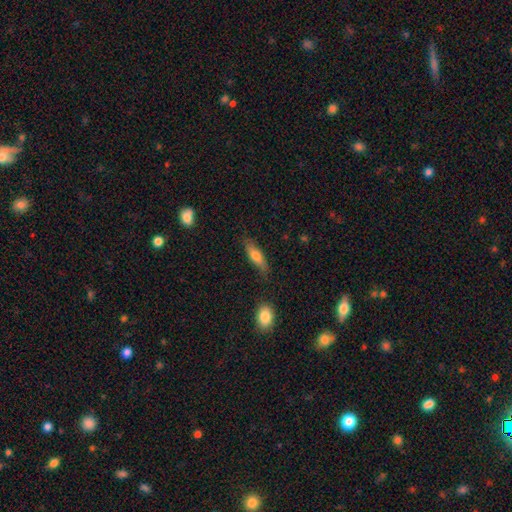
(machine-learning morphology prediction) This appears to be a smooth galaxy with no disk features (66%) that is cigar-shaped (56%). Merging: none (77%).